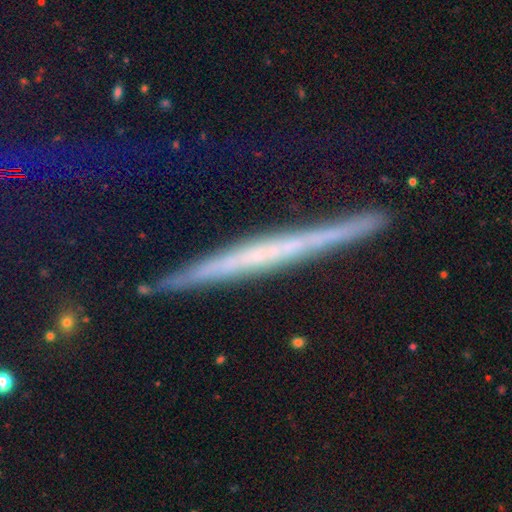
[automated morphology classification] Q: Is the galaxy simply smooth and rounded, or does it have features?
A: featured or disk — 65%.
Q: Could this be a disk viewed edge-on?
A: yes — 95%.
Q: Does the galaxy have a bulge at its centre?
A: none — 77%.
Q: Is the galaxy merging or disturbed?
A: none — 87%.